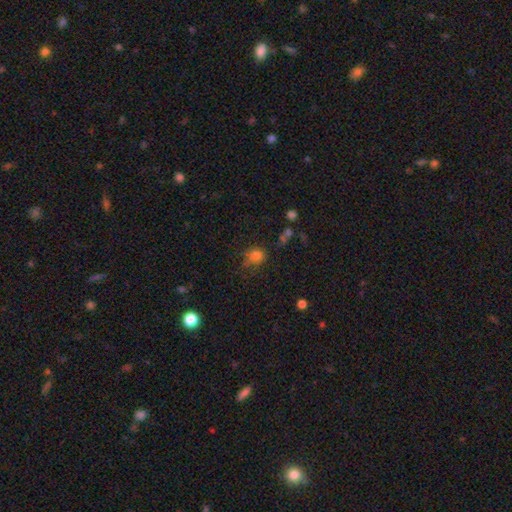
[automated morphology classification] Smooth or featured: smooth — 77% (star or artifact — 16%)
How rounded: round — 77% (in between — 22%)
Merging: none — 62% (minor disturbance — 20%)